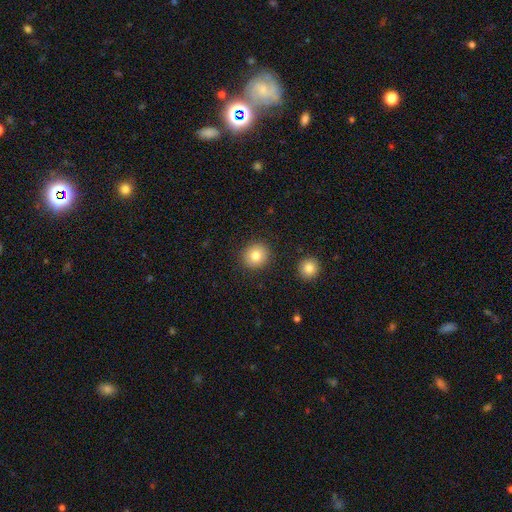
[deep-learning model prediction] smooth 81%, star or artifact 10%, featured or disk 9%. Down the decision tree: how rounded — round (90%); merging — none (89%).